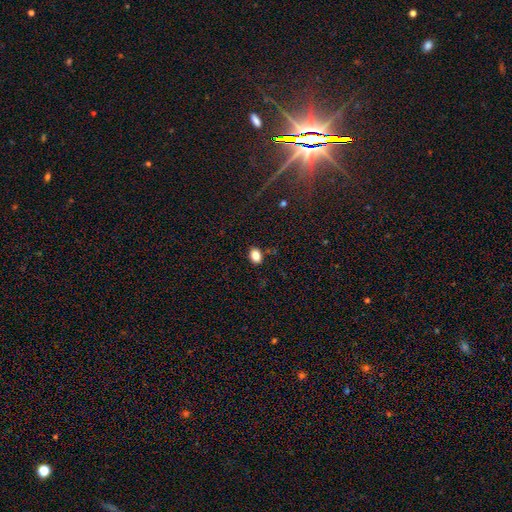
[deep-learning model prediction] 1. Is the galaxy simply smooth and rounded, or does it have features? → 85% smooth, 10% star or artifact, 5% featured or disk.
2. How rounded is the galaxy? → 74% in between, 25% round, 1% cigar-shaped.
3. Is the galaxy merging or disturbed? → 84% none, 11% minor disturbance, 2% major disturbance, 2% merger.